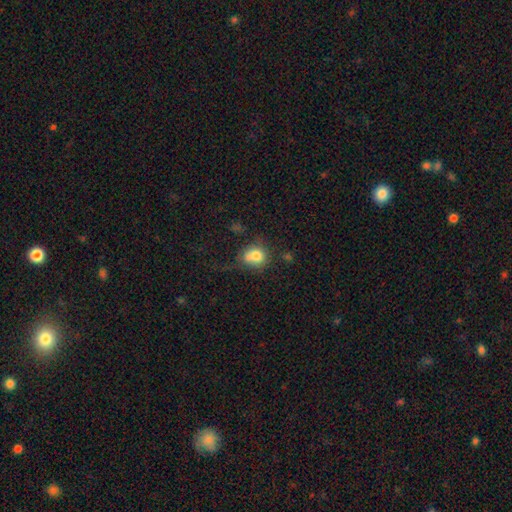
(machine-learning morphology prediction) Q: Smooth or featured?
A: smooth (74%); runner-up: featured or disk (14%)
Q: How rounded?
A: round (71%); runner-up: in between (27%)
Q: Merging?
A: none (40%); runner-up: merger (27%)